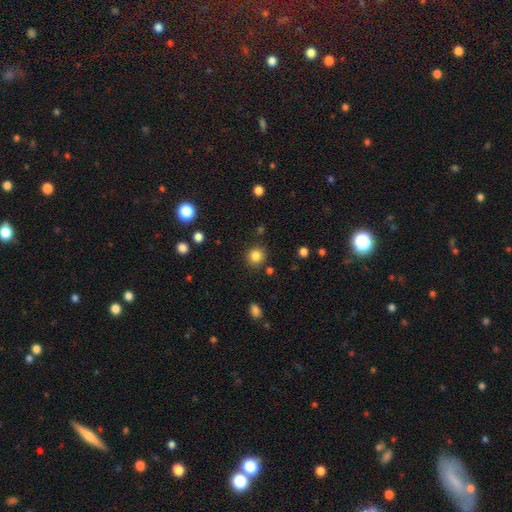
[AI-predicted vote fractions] Smooth or featured? smooth (84%)
How rounded? round (90%)
Merging? none (87%)